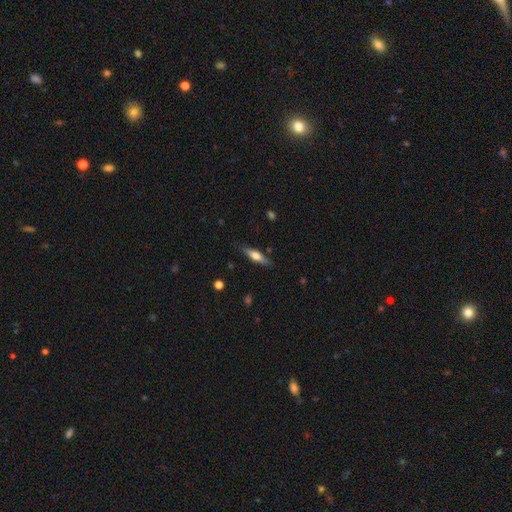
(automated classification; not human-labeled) A smooth galaxy with no disk features (49%). Merging: none (85%).